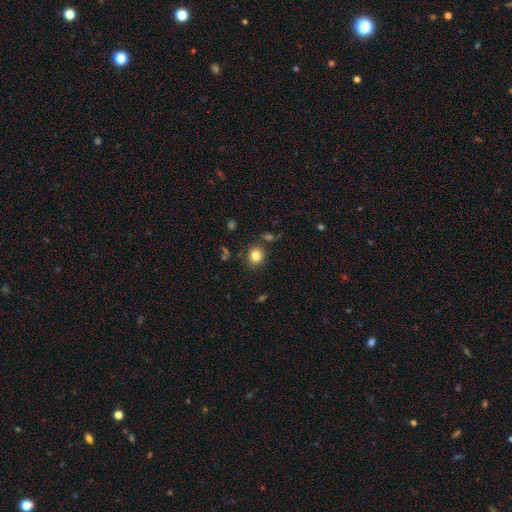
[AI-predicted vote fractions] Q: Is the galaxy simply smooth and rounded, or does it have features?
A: smooth — 82%.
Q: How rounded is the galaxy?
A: round — 85%.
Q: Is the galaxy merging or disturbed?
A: none — 84%.